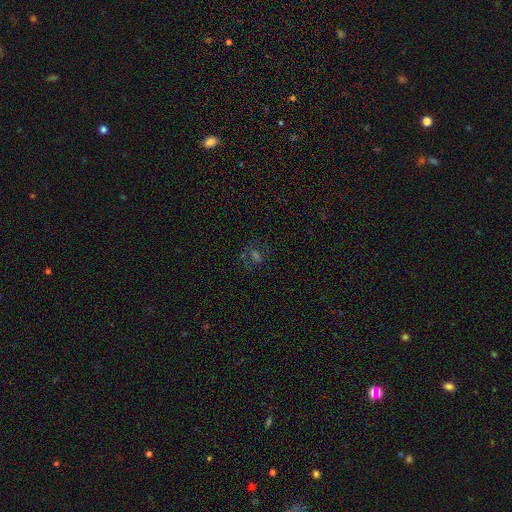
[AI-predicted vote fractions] Q: Smooth or featured?
A: star or artifact (42%); runner-up: smooth (34%)